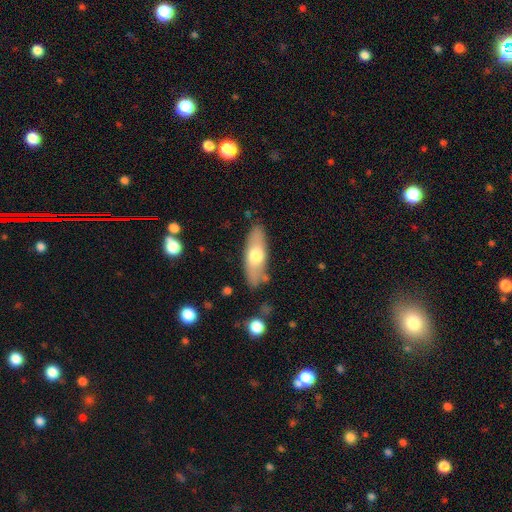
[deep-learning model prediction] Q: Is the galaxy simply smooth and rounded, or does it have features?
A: smooth — 62%.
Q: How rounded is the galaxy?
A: in between — 63%.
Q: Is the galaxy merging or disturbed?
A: none — 81%.